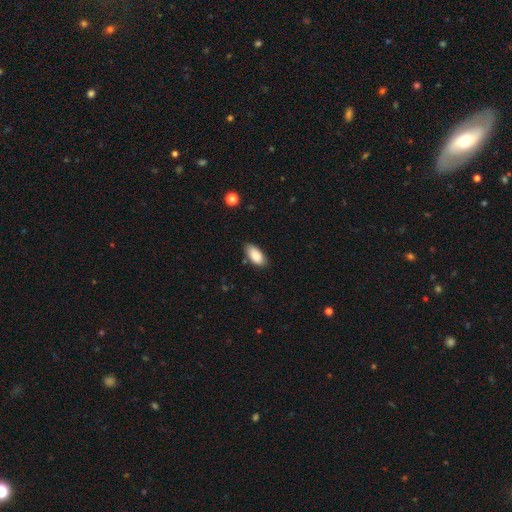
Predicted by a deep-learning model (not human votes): Smooth or featured? Predicted: smooth (p=0.88). How rounded? Predicted: in between (p=0.93). Merging? Predicted: none (p=0.79).